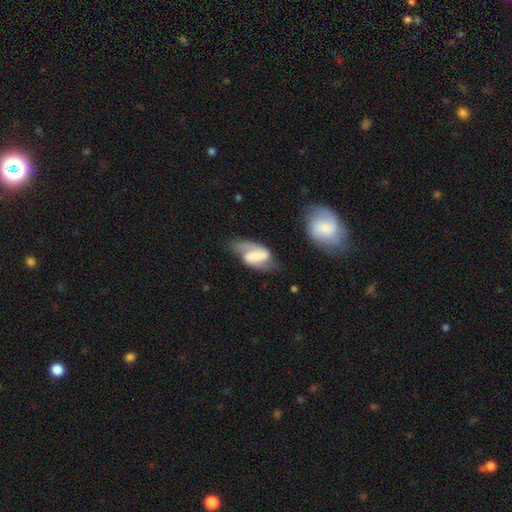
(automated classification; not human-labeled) Smooth or featured?
  - featured or disk: 74% *
  - smooth: 20%
  - star or artifact: 6%
Edge-on disk?
  - no: 96% *
  - yes: 4%
Bar?
  - strong: 42% *
  - weak: 40%
  - no: 19%
Spiral arms?
  - yes: 92% *
  - no: 8%
Spiral winding?
  - medium: 45% *
  - loose: 35%
  - tight: 19%
Spiral arm count?
  - 2: 85% *
  - 1: 6%
  - can't tell: 5%
  - 3: 1%
  - 4: 1%
  - more than 4: 1%
Bulge size?
  - small: 33% *
  - none: 28%
  - moderate: 25%
  - large: 12%
  - dominant: 3%
Merging?
  - none: 58% *
  - minor disturbance: 25%
  - major disturbance: 12%
  - merger: 5%